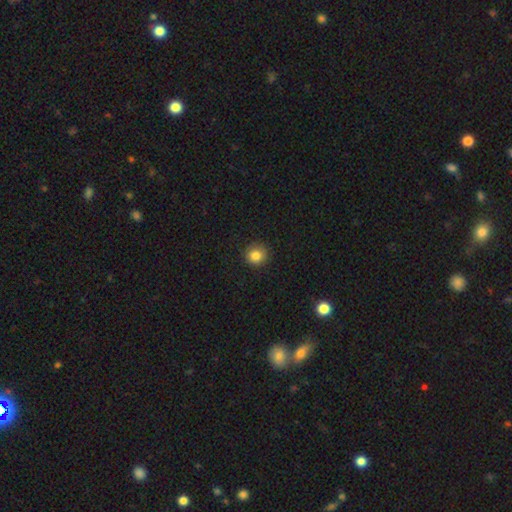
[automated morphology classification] Smooth or featured? Predicted: smooth (p=0.84). How rounded? Predicted: round (p=0.91). Merging? Predicted: none (p=0.88).